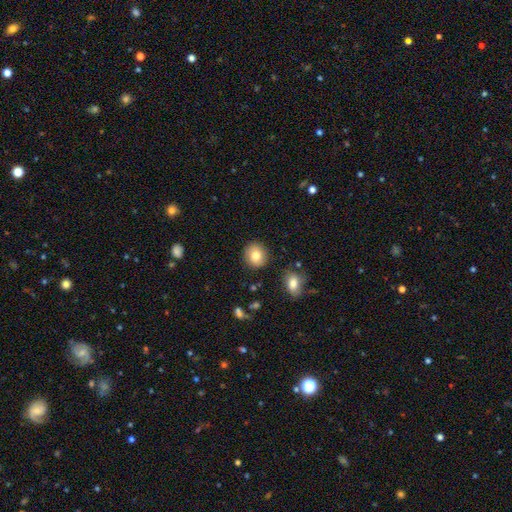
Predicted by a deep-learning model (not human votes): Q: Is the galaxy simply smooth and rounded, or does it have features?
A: smooth — 80%.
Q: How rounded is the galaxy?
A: round — 83%.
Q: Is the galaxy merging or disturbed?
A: none — 88%.